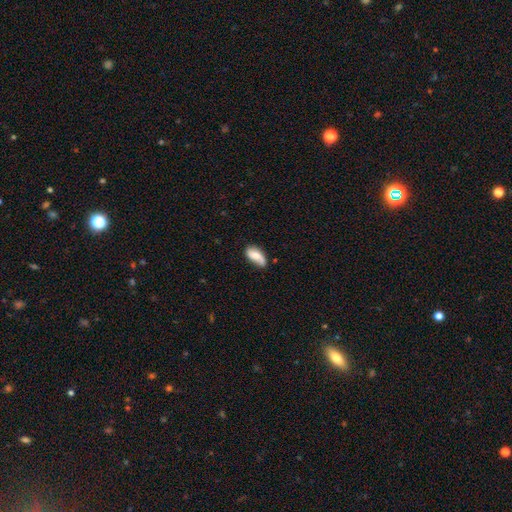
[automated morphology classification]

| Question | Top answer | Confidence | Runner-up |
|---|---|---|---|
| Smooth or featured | smooth | 64% | featured or disk (28%) |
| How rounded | in between | 89% | cigar-shaped (8%) |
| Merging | none | 54% | minor disturbance (31%) |